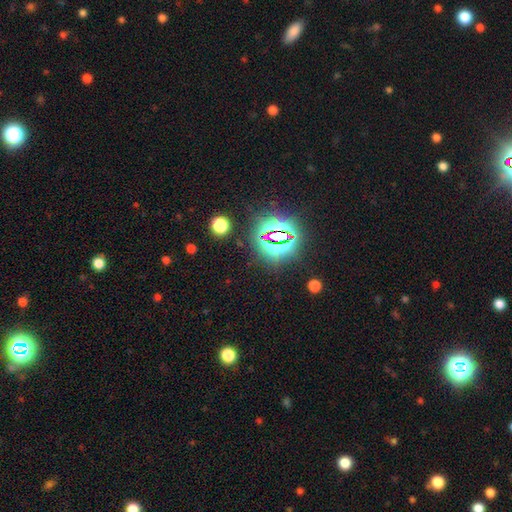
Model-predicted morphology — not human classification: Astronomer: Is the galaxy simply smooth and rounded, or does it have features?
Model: star or artifact — 82%.